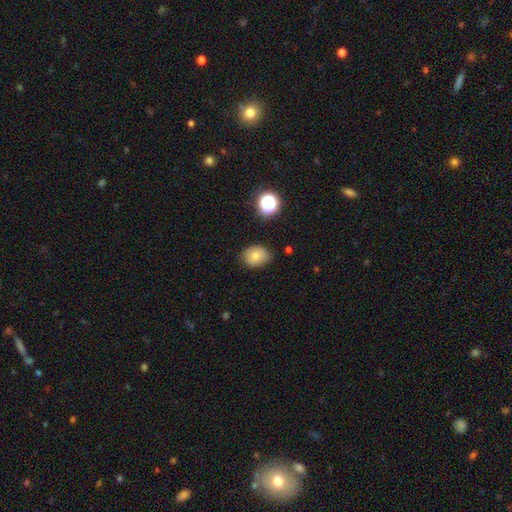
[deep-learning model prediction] Smooth or featured?
  - smooth: 78% *
  - star or artifact: 12%
  - featured or disk: 10%
How rounded?
  - in between: 57% *
  - round: 42%
  - cigar-shaped: 1%
Merging?
  - none: 76% *
  - minor disturbance: 19%
  - major disturbance: 3%
  - merger: 2%